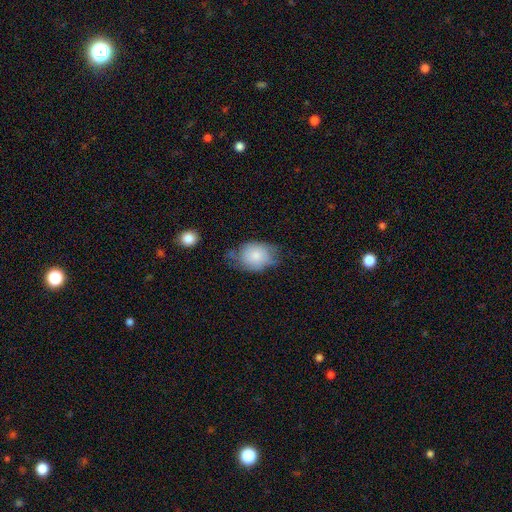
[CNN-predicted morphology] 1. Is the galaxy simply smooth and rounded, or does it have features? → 74% smooth, 18% featured or disk, 7% star or artifact.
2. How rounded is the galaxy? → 65% in between, 34% round, 1% cigar-shaped.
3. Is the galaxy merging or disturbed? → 44% none, 39% minor disturbance, 13% major disturbance, 4% merger.